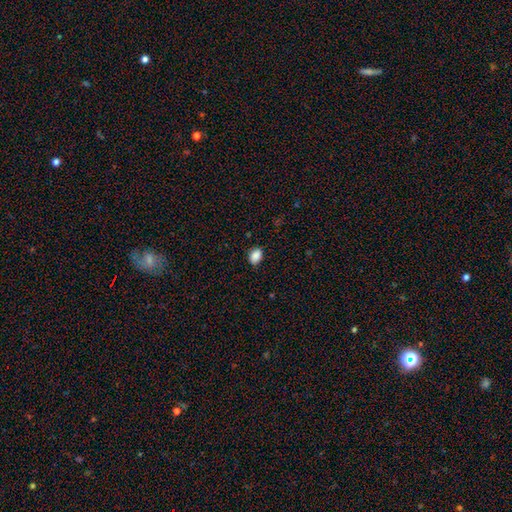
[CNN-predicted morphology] This is clearly a smooth galaxy (89%). How rounded: likely in between (78%). Merging: clearly none (84%).